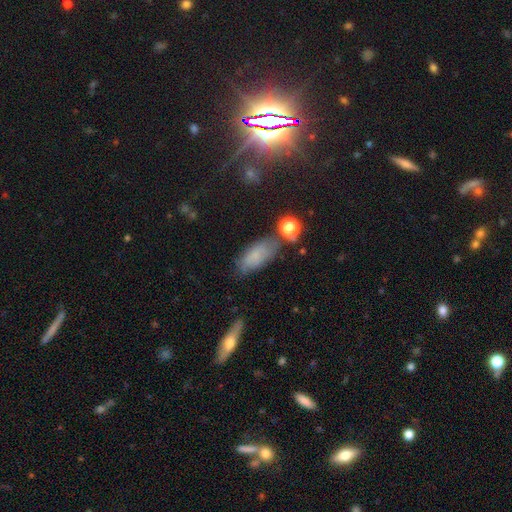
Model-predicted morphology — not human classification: This appears to be a smooth galaxy with no disk features (68%) that is in between round and cigar-shaped (84%). Merging: none (64%).